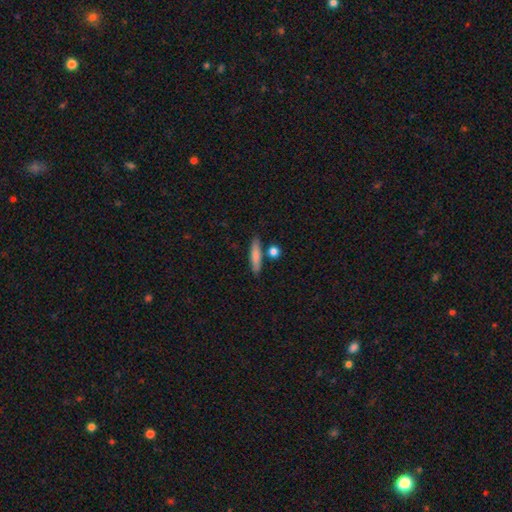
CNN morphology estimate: type=smooth (80%); roundness=cigar-shaped (78%); merging=none (80%).